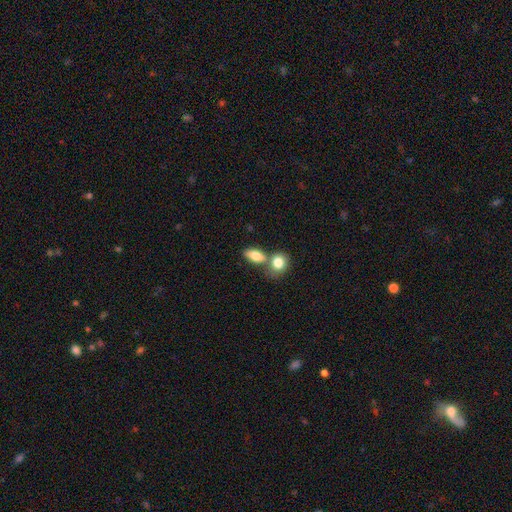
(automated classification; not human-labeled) Smooth or featured?
  - smooth: 79% *
  - featured or disk: 13%
  - star or artifact: 7%
How rounded?
  - in between: 81% *
  - round: 14%
  - cigar-shaped: 6%
Merging?
  - none: 43% * (tied)
  - merger: 43% * (tied)
  - minor disturbance: 10%
  - major disturbance: 4%